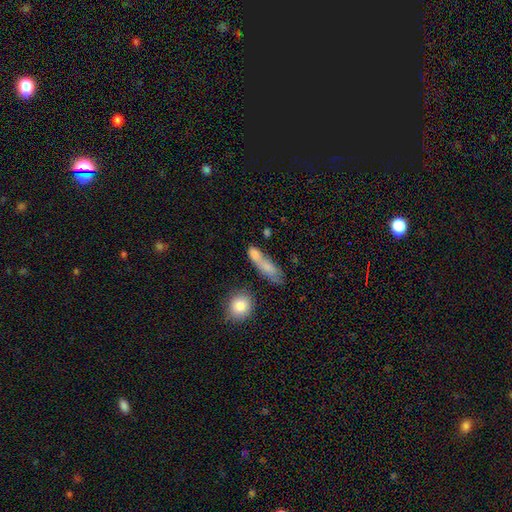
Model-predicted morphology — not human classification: type=smooth (73%); roundness=in between (45%, tied with cigar-shaped); merging=none (38%).